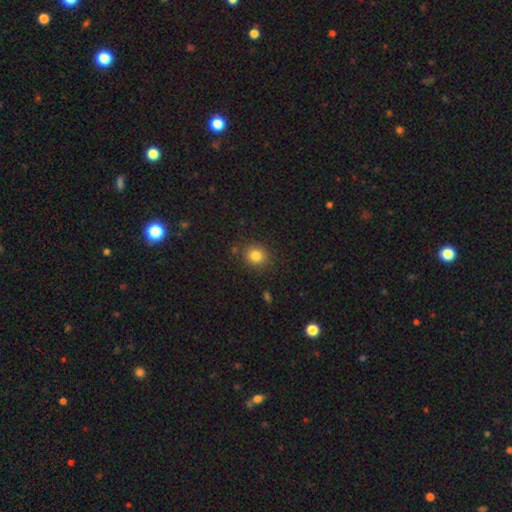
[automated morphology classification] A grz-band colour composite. It shows a smooth galaxy with no disk features (83%) that is round (84%). Merging: none (86%).